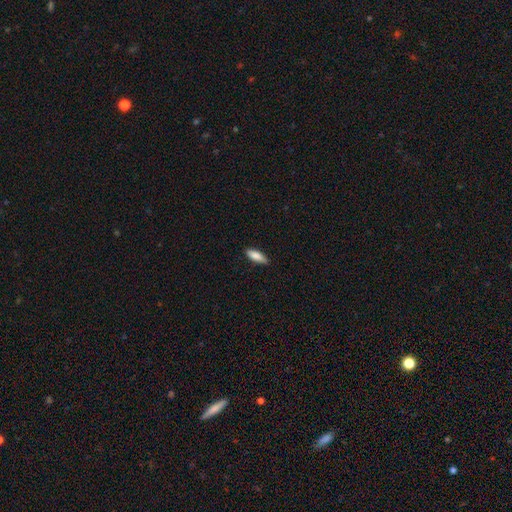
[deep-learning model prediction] smooth_or_featured: smooth (p=0.84) [alt: featured or disk p=0.10]
how_rounded: in between (p=0.60) [alt: cigar-shaped p=0.39]
merging: none (p=0.84) [alt: minor disturbance p=0.13]